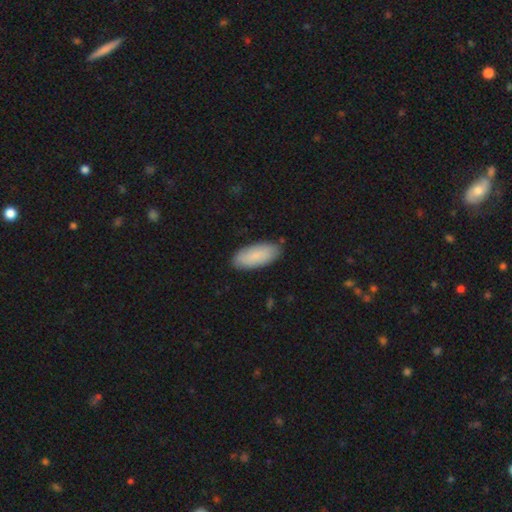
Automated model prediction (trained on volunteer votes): Smooth or featured: smooth — 87% (featured or disk — 8%)
How rounded: in between — 85% (cigar-shaped — 14%)
Merging: none — 86% (minor disturbance — 11%)